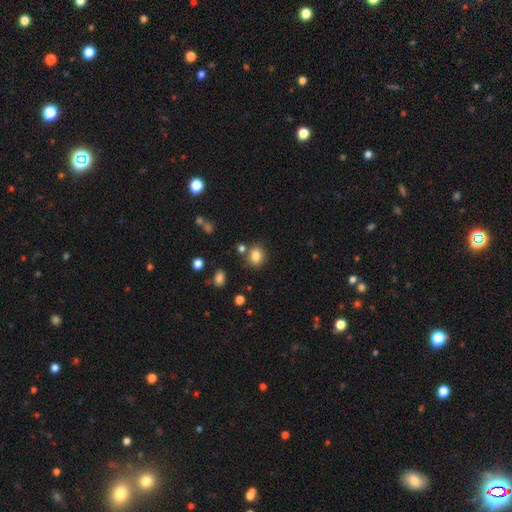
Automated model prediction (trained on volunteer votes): A smooth galaxy with no disk features (83%) that is round (63%).

Vote fractions:
- Smooth or featured? smooth: 83% / star or artifact: 11% / featured or disk: 6%
- How rounded? round: 63% / in between: 36% / cigar-shaped: 1%
- Merging? none: 77% / minor disturbance: 11% / merger: 8% / major disturbance: 3%